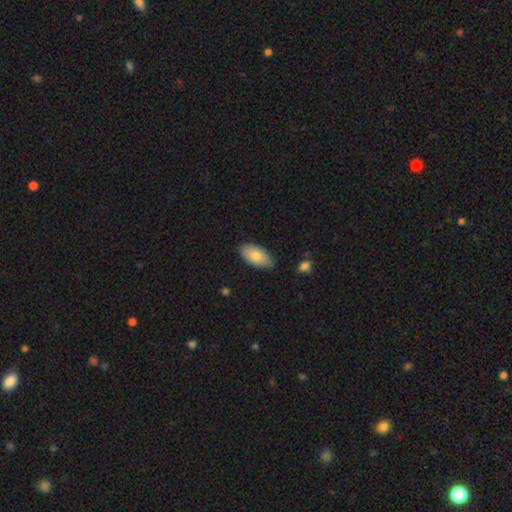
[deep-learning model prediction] A smooth galaxy with no disk features (81%) that is in between round and cigar-shaped (94%).

Vote fractions:
- Smooth or featured? smooth: 81% / featured or disk: 13% / star or artifact: 6%
- How rounded? in between: 94% / cigar-shaped: 4% / round: 2%
- Merging? none: 80% / minor disturbance: 16% / major disturbance: 2% / merger: 2%